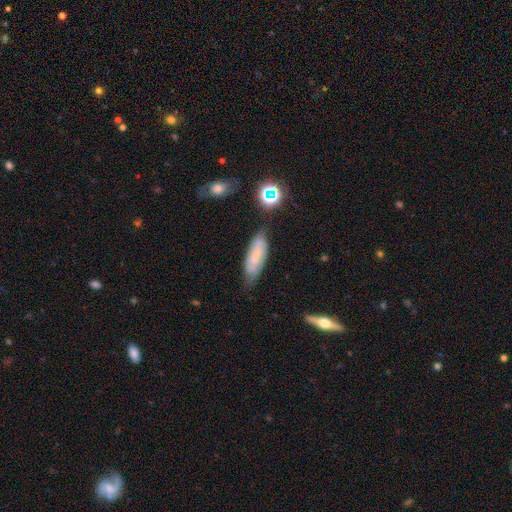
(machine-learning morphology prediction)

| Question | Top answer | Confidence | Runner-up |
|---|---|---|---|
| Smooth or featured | smooth | 55% | featured or disk (35%) |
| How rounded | in between | 56% | cigar-shaped (41%) |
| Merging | none | 65% | minor disturbance (24%) |